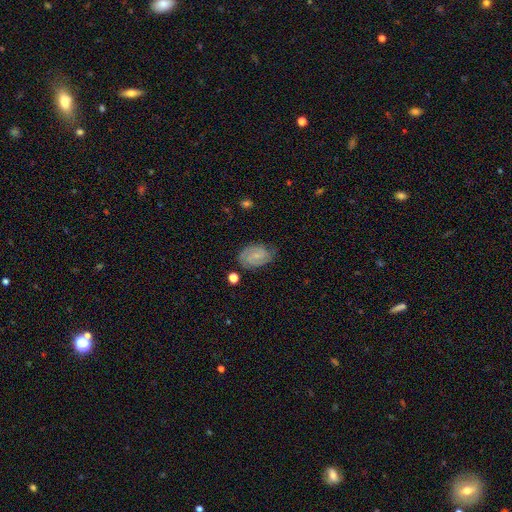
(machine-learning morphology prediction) A featured or disk galaxy (72%) with no bar (55%), 2 (69%) tight (57%) spiral arms (94%) and a small central bulge (68%). Merging: none (72%).